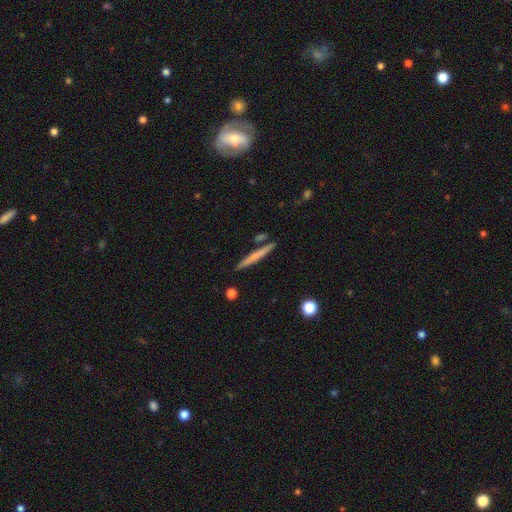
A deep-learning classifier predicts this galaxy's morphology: Overall: smooth (55%; featured or disk 39%). How rounded: cigar-shaped (95%). Merging: none (84%).